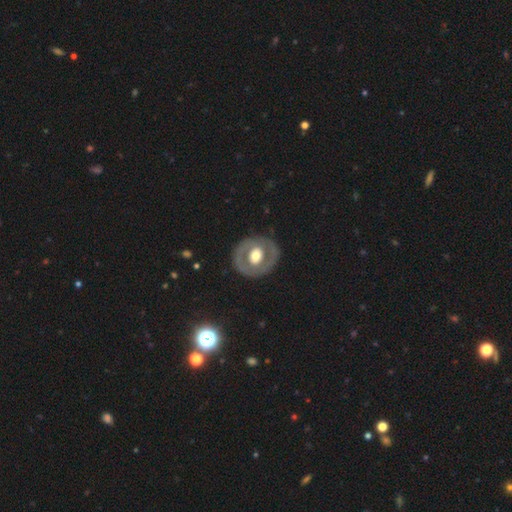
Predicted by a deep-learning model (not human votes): This appears to be a featured or disk galaxy (59%) with no bar (72%), no spiral arms (83%) and a moderate central bulge (53%). Merging: none (81%).